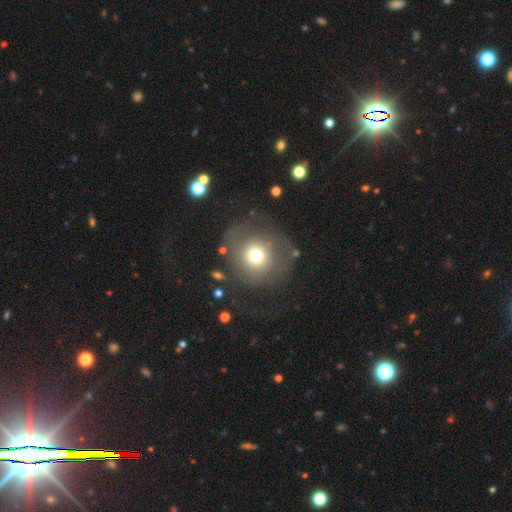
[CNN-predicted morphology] Smooth or featured?
  - smooth: 65% *
  - featured or disk: 23%
  - star or artifact: 12%
How rounded?
  - round: 89% *
  - in between: 10%
  - cigar-shaped: 1%
Merging?
  - none: 58% *
  - major disturbance: 21%
  - minor disturbance: 18%
  - merger: 3%